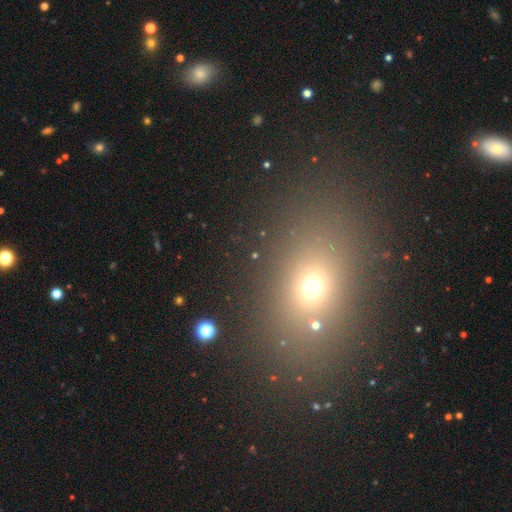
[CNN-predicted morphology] type=smooth (47%); merging=none (81%).